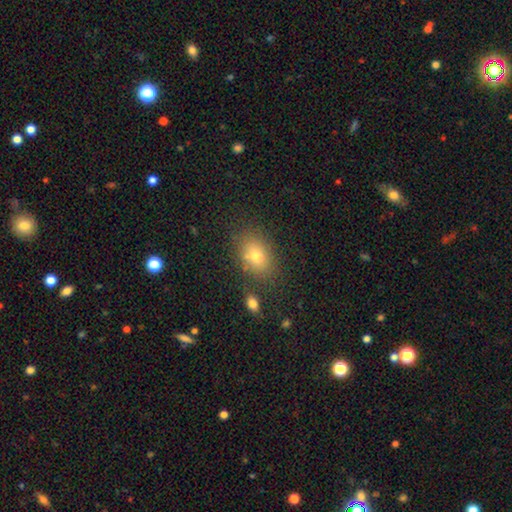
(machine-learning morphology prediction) This appears to be a smooth galaxy with no disk features (76%) that is in between round and cigar-shaped (75%). Merging: none (76%).